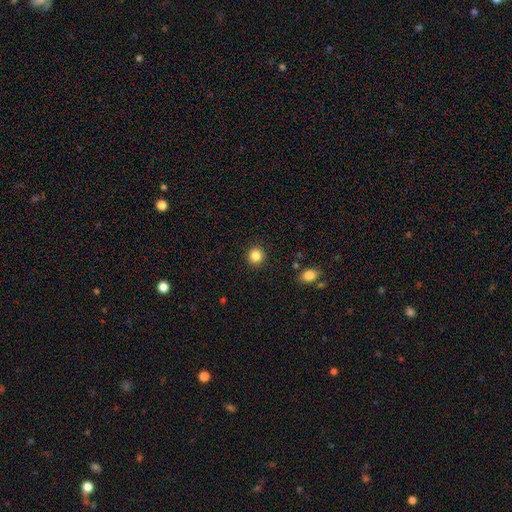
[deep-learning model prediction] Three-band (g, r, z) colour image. It shows a smooth galaxy with no disk features (85%) that is round (91%). Merging: none (91%).